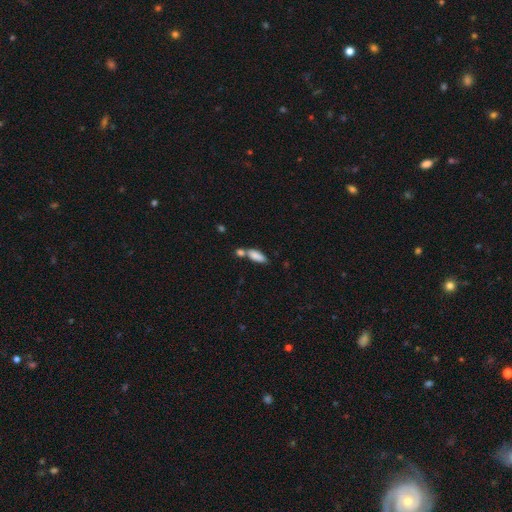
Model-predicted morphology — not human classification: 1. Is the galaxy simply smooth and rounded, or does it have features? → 83% smooth, 10% featured or disk, 8% star or artifact.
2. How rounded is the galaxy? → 72% in between, 25% cigar-shaped, 3% round.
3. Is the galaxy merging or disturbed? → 46% none, 35% merger, 14% minor disturbance, 5% major disturbance.